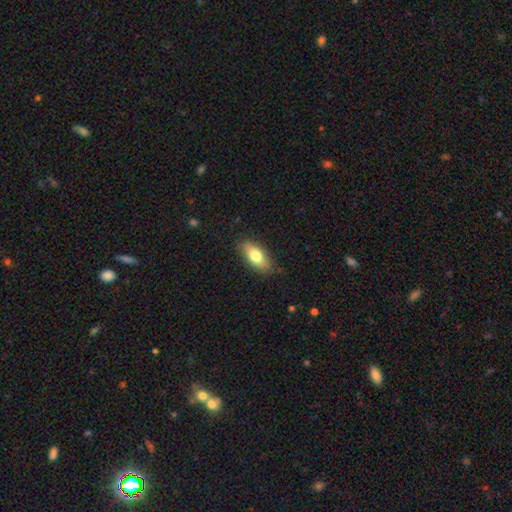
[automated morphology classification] The model was most divided on "smooth or featured": smooth: 73%, featured or disk: 20%, star or artifact: 7%. More confident: merging — none (84%); how rounded — in between (82%).